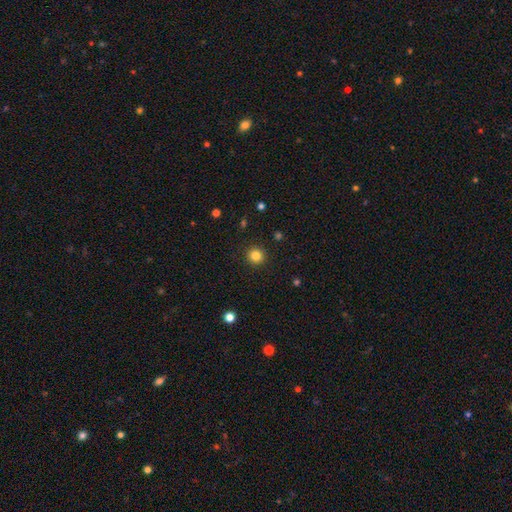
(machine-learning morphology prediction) smooth_or_featured: smooth (p=0.84) [alt: star or artifact p=0.12]
how_rounded: round (p=0.95) [alt: in between p=0.04]
merging: none (p=0.92) [alt: minor disturbance p=0.05]